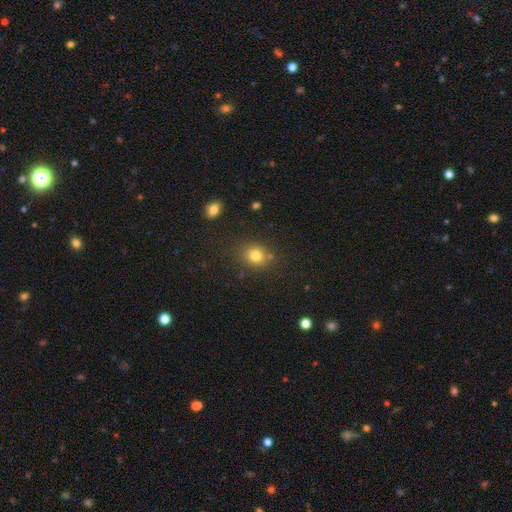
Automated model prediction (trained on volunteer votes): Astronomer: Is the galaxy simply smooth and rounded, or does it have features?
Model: smooth — 79%.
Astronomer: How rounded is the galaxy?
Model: round — 74%.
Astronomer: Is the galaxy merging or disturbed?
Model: none — 79%.